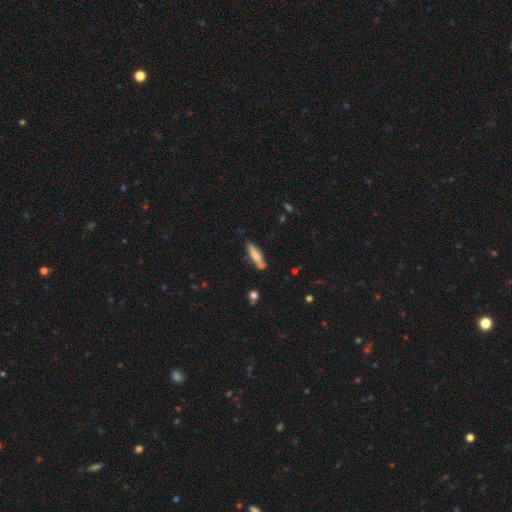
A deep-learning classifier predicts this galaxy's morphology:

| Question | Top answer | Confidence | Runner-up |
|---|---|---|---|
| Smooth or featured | smooth | 68% | featured or disk (26%) |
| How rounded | cigar-shaped | 76% | in between (22%) |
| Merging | none | 74% | minor disturbance (18%) |